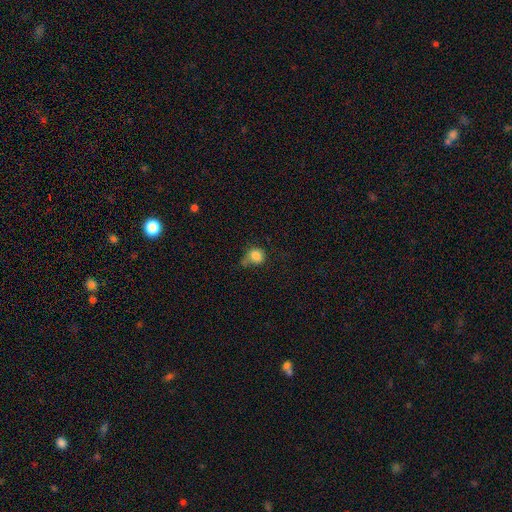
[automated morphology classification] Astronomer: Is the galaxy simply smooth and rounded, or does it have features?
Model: smooth — 83%.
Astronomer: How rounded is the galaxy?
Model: round — 77%.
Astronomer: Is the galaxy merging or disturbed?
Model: none — 41% (runner-up: minor disturbance, 35%).